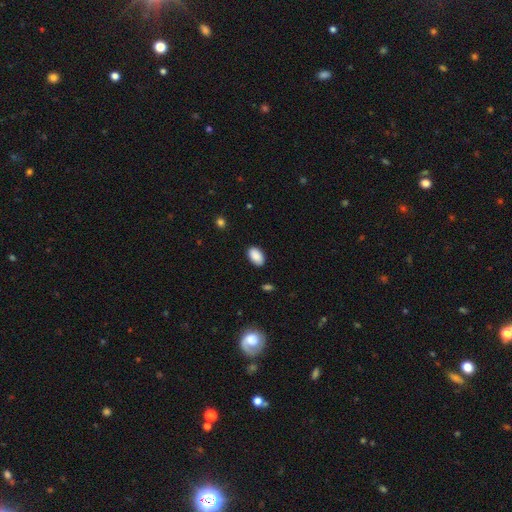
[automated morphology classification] Q: Smooth or featured?
A: smooth (89%); runner-up: star or artifact (7%)
Q: How rounded?
A: in between (93%); runner-up: round (6%)
Q: Merging?
A: none (86%); runner-up: minor disturbance (10%)